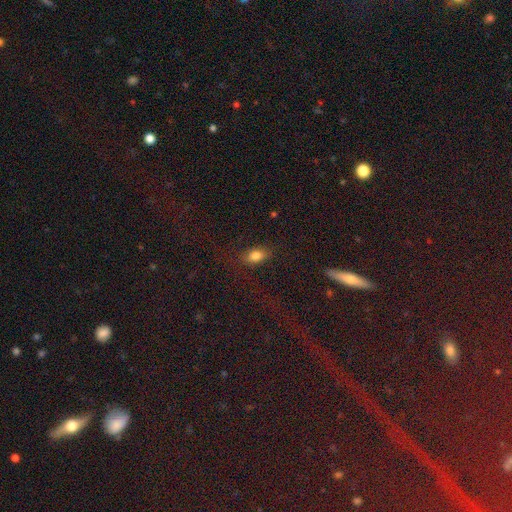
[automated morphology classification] Overall: smooth (81%). How rounded: in between (84%). Merging: none (83%).